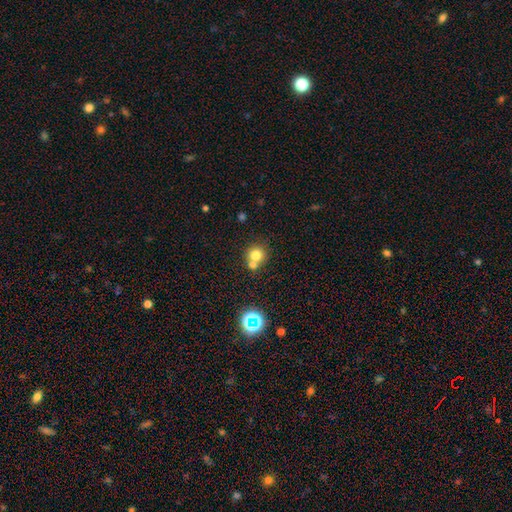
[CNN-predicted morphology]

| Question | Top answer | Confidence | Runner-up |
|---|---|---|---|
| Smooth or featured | smooth | 75% | star or artifact (14%) |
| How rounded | round | 89% | in between (10%) |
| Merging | none | 50% | merger (40%) |